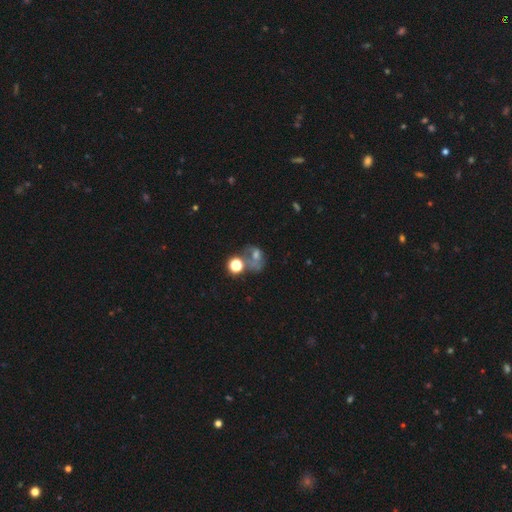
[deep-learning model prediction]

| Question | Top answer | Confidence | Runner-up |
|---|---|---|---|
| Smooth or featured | smooth | 40% | star or artifact (32%) |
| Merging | merger | 33% | tied: none (33%) |